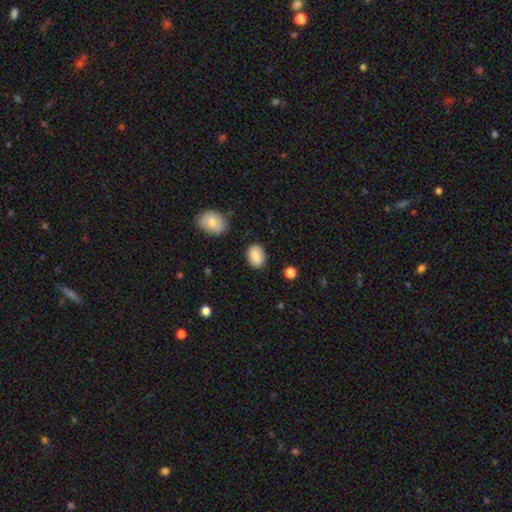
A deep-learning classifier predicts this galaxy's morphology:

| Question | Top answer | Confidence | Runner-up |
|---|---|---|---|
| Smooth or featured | smooth | 86% | star or artifact (7%) |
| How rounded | in between | 75% | round (23%) |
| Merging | none | 84% | minor disturbance (12%) |